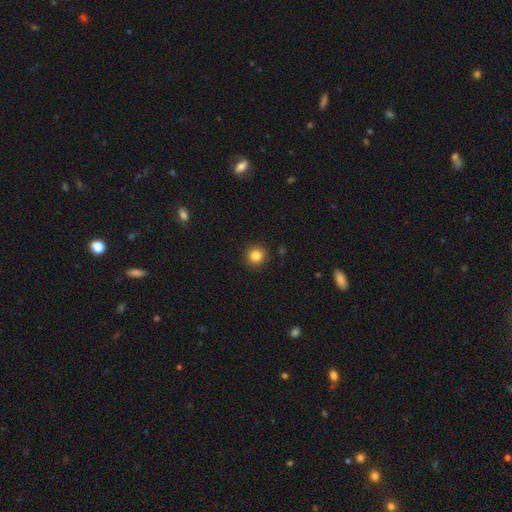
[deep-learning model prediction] This is clearly a smooth galaxy (83%). How rounded: clearly round (94%). Merging: clearly none (92%).